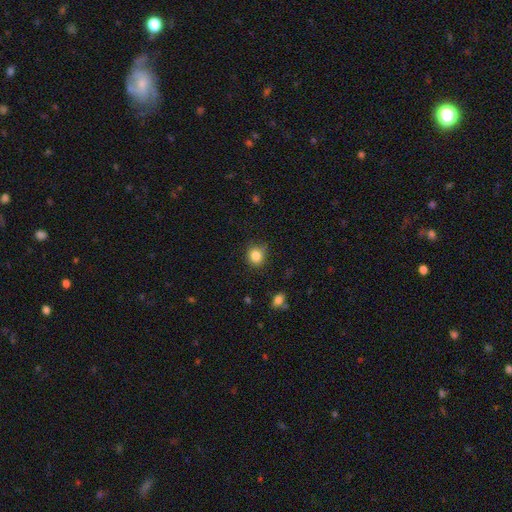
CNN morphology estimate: Smooth or featured: smooth — 84% (star or artifact — 11%)
How rounded: round — 78% (in between — 21%)
Merging: none — 73% (minor disturbance — 20%)